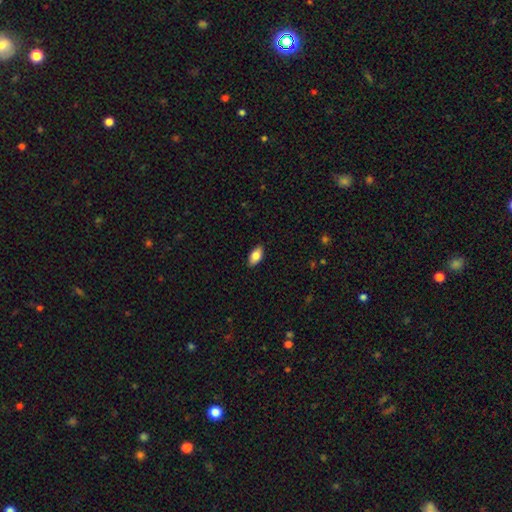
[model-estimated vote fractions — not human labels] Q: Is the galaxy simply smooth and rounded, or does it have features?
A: smooth — 82%.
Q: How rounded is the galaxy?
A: in between — 92%.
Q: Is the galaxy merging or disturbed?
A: none — 88%.